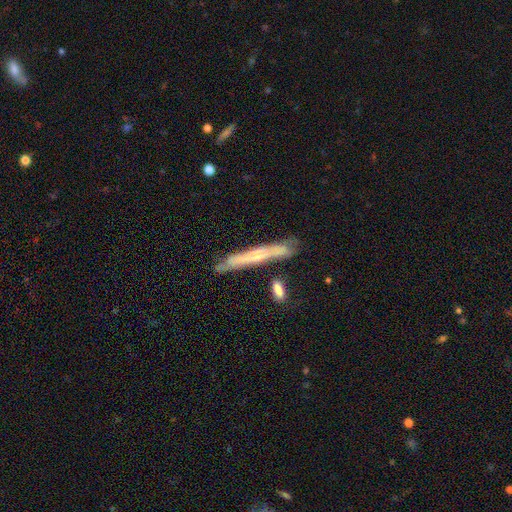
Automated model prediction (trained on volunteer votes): Smooth or featured? Predicted: featured or disk (p=0.55). Edge-on disk? Predicted: yes (p=0.85). Merging? Predicted: none (p=0.74).